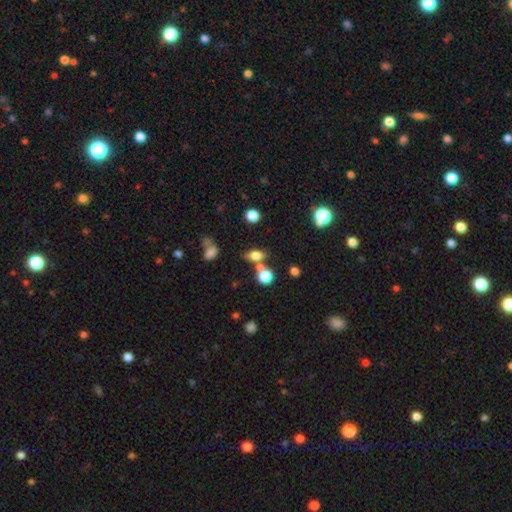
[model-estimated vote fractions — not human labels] Smooth or featured?
  - smooth: 71% *
  - star or artifact: 15%
  - featured or disk: 14%
How rounded?
  - in between: 70% *
  - round: 21%
  - cigar-shaped: 9%
Merging?
  - none: 59% *
  - merger: 23%
  - minor disturbance: 13%
  - major disturbance: 6%